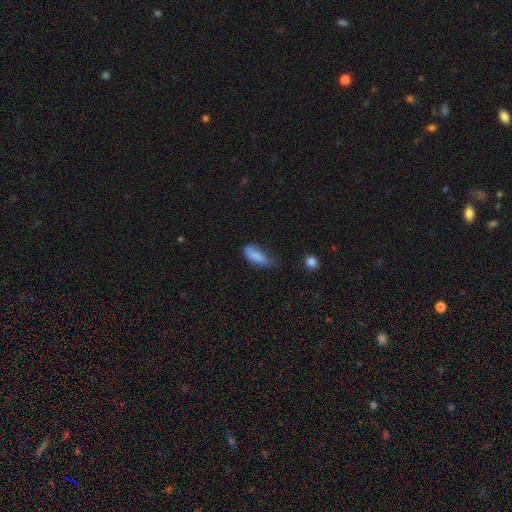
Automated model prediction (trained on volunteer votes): This is clearly a smooth galaxy (82%). How rounded: likely in between (73%). Merging: marginally minor disturbance (40%).